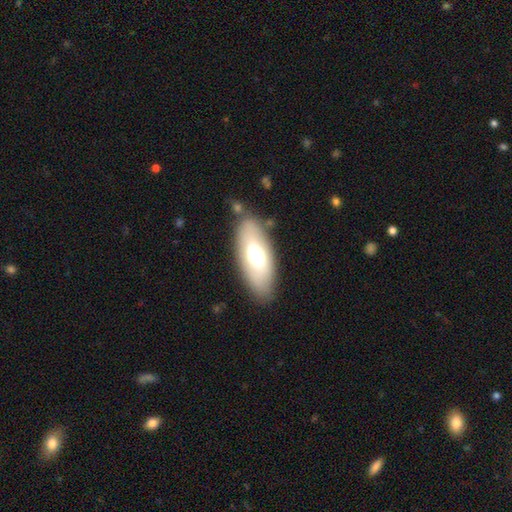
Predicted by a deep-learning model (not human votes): smooth 59%, featured or disk 33%, star or artifact 8%. Down the decision tree: how rounded — in between (82%); merging — none (78%).